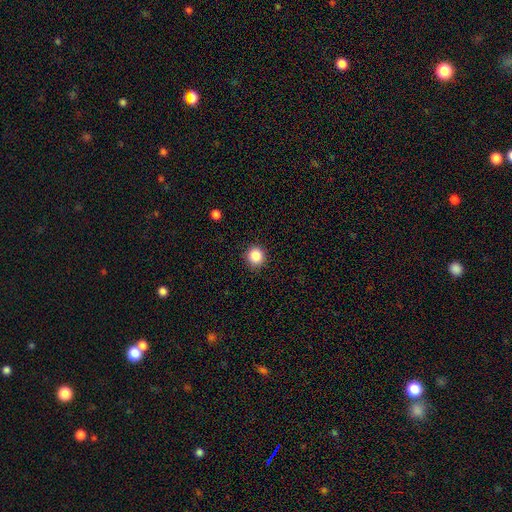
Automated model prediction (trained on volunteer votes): A smooth galaxy with no disk features (86%) that is round (91%). Merging: none (91%).